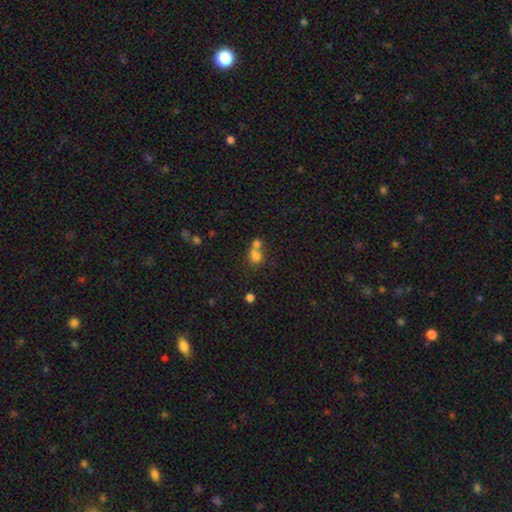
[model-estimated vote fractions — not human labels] Smooth or featured? smooth (71%)
How rounded? round (69%)
Merging? merger (61%)